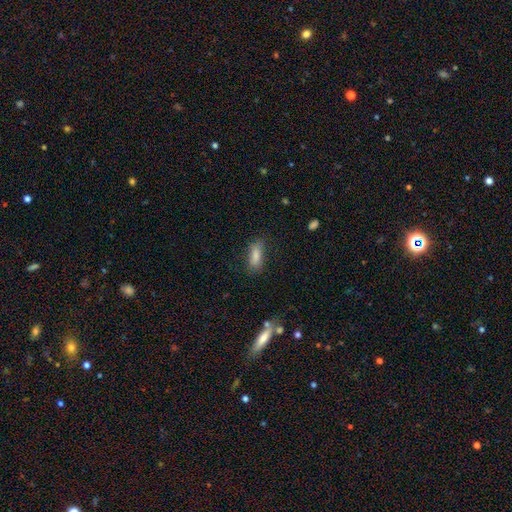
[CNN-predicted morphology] Q: Smooth or featured?
A: smooth (83%); runner-up: featured or disk (9%)
Q: How rounded?
A: in between (72%); runner-up: cigar-shaped (26%)
Q: Merging?
A: none (73%); runner-up: minor disturbance (19%)